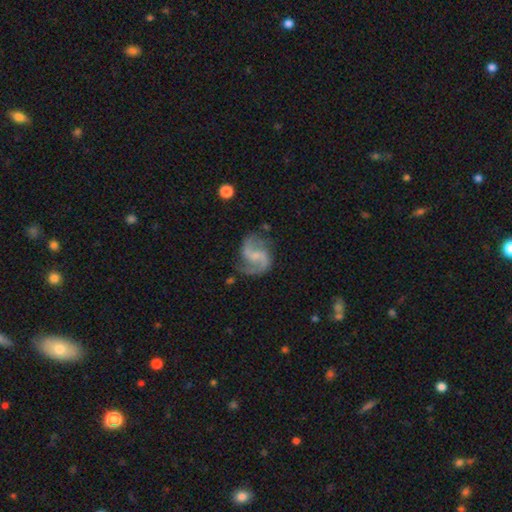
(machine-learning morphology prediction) featured or disk 89%, smooth 6%, star or artifact 5%. Down the decision tree: edge-on disk — no (98%); bar — weak (50%); spiral arms — yes (97%); spiral arm count — 2 (92%); spiral winding — medium (46%); bulge size — small (46%); merging — none (73%).